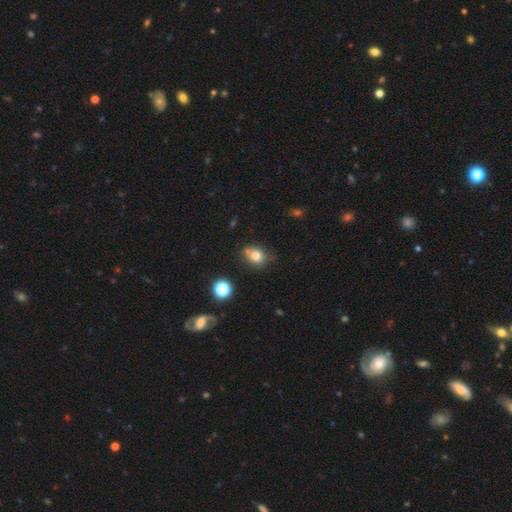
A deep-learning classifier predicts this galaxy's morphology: type=smooth (76%); roundness=round (52%); merging=none (57%).